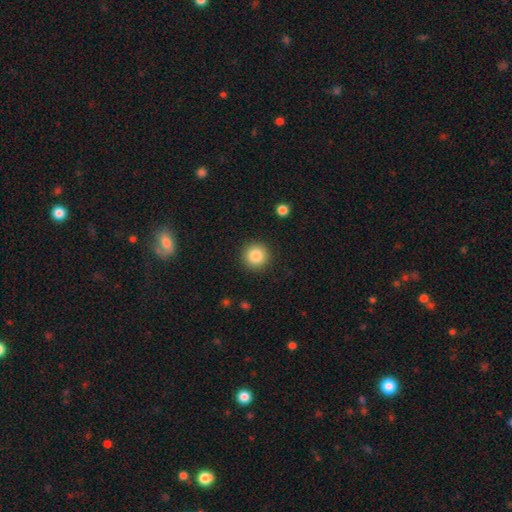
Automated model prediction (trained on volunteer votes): A smooth galaxy with no disk features (85%) that is round (95%). Merging: none (91%).